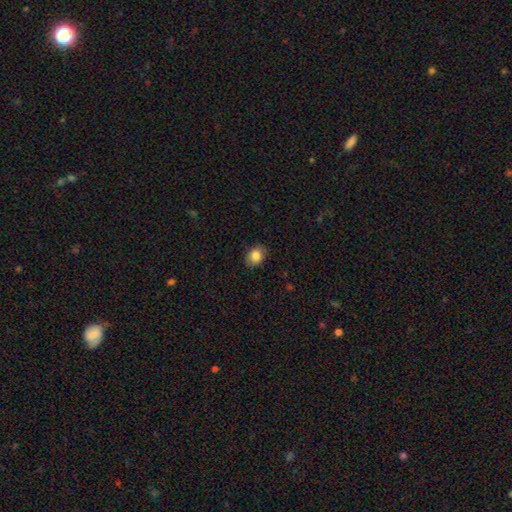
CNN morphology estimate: Smooth or featured?
  - smooth: 85% *
  - star or artifact: 9%
  - featured or disk: 6%
How rounded?
  - round: 52% *
  - in between: 47%
  - cigar-shaped: 1%
Merging?
  - none: 85% *
  - minor disturbance: 11%
  - major disturbance: 2%
  - merger: 1%